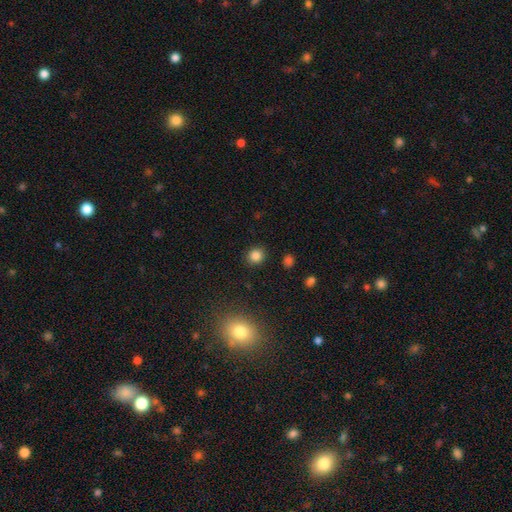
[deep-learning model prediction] smooth 84%, star or artifact 12%, featured or disk 4%. Down the decision tree: how rounded — round (84%); merging — none (90%).